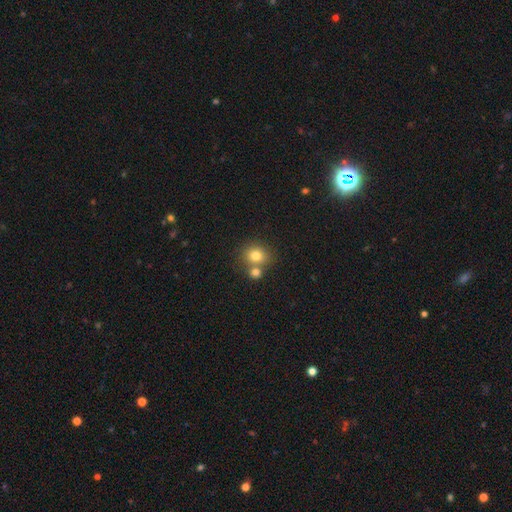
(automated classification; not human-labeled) Morphology: type=smooth (79%); roundness=round (78%); merging=none (55%).